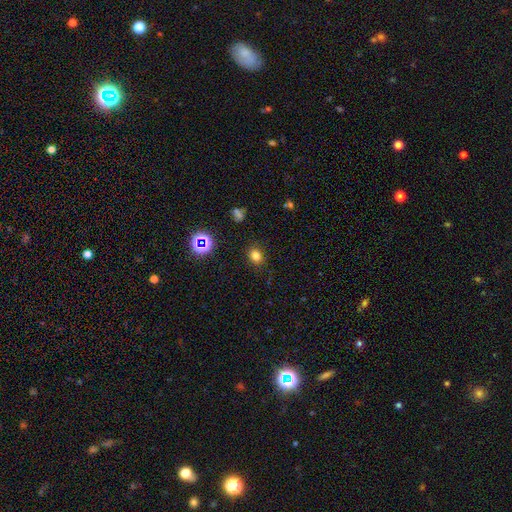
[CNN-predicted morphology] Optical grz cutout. It shows a smooth galaxy with no disk features (76%) that is round (63%). Merging: none (85%).